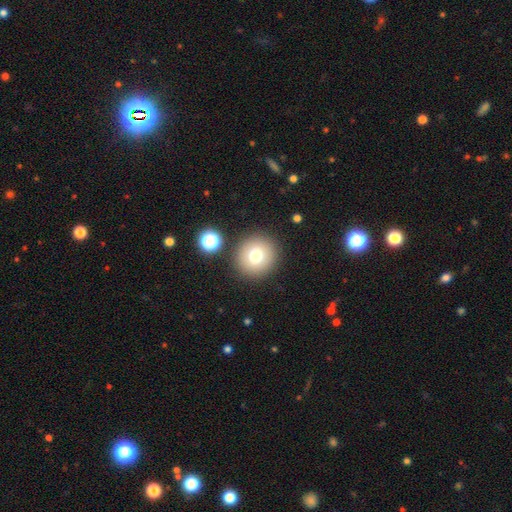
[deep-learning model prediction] A smooth galaxy with no disk features (74%) that is round (93%).

Vote fractions:
- Smooth or featured? smooth: 74% / featured or disk: 13% / star or artifact: 13%
- How rounded? round: 93% / in between: 6% / cigar-shaped: 1%
- Merging? none: 87% / minor disturbance: 7% / merger: 4% / major disturbance: 3%